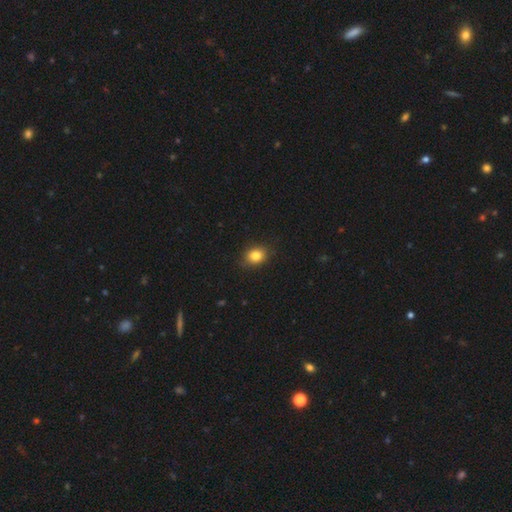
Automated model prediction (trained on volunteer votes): Smooth or featured: smooth — 83% (star or artifact — 11%)
How rounded: round — 52% (in between — 47%)
Merging: none — 85% (minor disturbance — 11%)